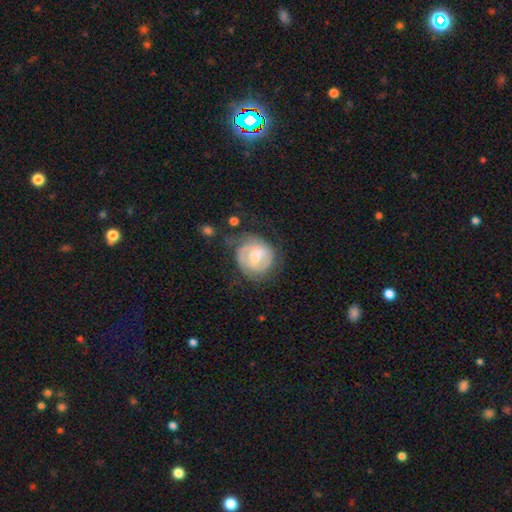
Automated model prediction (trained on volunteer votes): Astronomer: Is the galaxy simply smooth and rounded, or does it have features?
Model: featured or disk — 64%.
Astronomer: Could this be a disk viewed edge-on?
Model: no — 97%.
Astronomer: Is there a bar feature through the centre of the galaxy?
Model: weak — 48% (runner-up: no, 39%).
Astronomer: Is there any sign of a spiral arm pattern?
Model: yes — 78%.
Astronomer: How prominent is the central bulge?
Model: moderate — 65%.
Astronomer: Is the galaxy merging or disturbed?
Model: none — 56%.